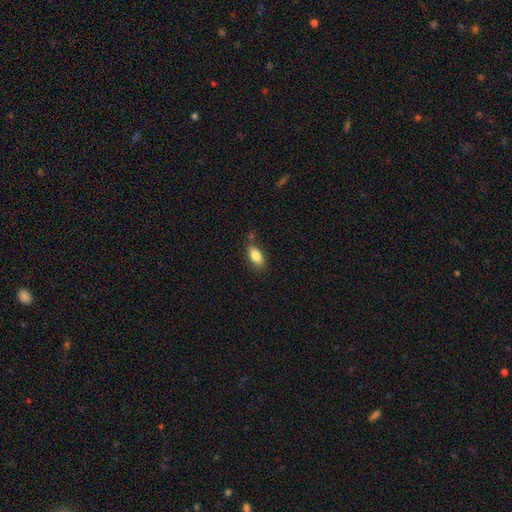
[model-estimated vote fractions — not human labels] Smooth or featured?
  - smooth: 81% *
  - featured or disk: 11%
  - star or artifact: 8%
How rounded?
  - in between: 86% *
  - cigar-shaped: 9%
  - round: 5%
Merging?
  - none: 66% *
  - minor disturbance: 22%
  - merger: 7%
  - major disturbance: 5%